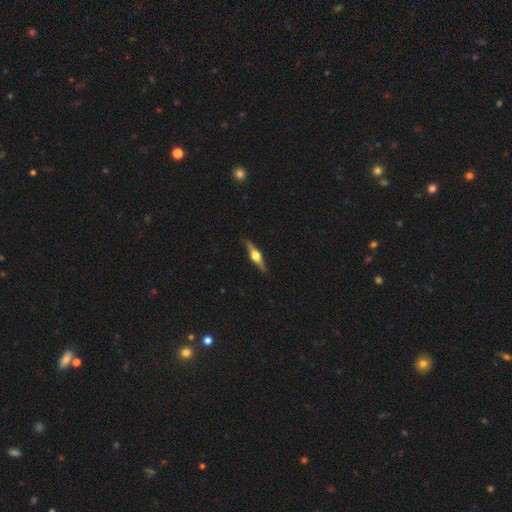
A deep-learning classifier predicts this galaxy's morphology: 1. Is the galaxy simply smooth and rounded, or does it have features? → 80% featured or disk, 15% smooth, 5% star or artifact.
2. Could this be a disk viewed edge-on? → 98% yes, 2% no.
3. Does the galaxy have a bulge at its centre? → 94% rounded, 5% boxy, 1% none.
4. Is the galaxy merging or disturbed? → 90% none, 8% minor disturbance, 2% major disturbance, 1% merger.